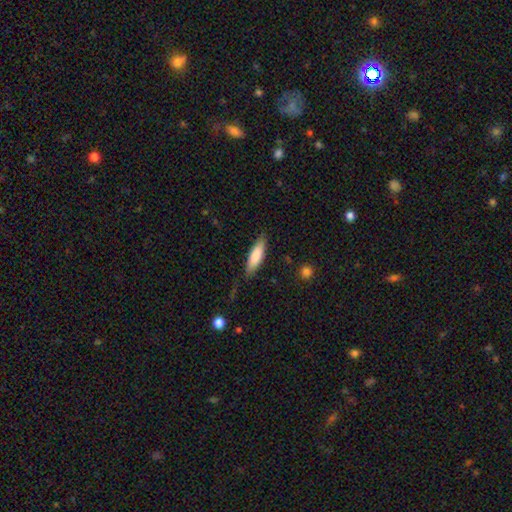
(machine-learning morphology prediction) The model was most divided on "how rounded": cigar-shaped: 52%, in between: 47%, round: 2%. More confident: smooth or featured — smooth (81%); merging — none (78%).